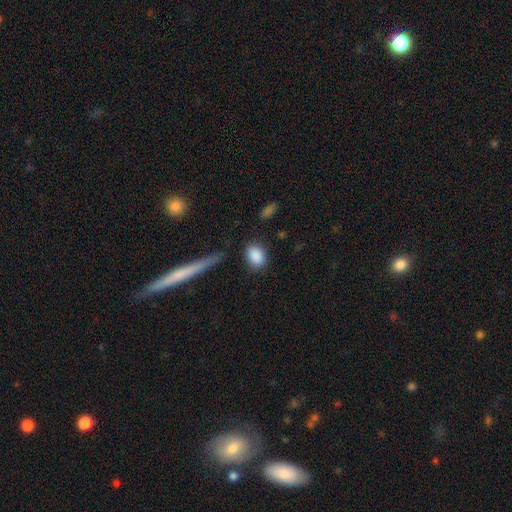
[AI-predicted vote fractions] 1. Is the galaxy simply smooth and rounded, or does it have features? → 88% smooth, 7% star or artifact, 5% featured or disk.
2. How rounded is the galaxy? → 56% in between, 41% round, 3% cigar-shaped.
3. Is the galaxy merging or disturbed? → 81% none, 12% minor disturbance, 4% major disturbance, 3% merger.